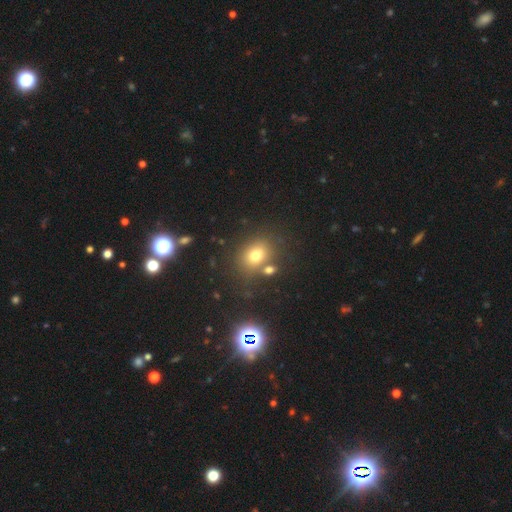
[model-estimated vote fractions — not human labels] Smooth or featured?
  - smooth: 72% *
  - star or artifact: 15%
  - featured or disk: 12%
How rounded?
  - in between: 50% *
  - round: 48%
  - cigar-shaped: 1%
Merging?
  - none: 67% *
  - merger: 16%
  - minor disturbance: 12%
  - major disturbance: 5%